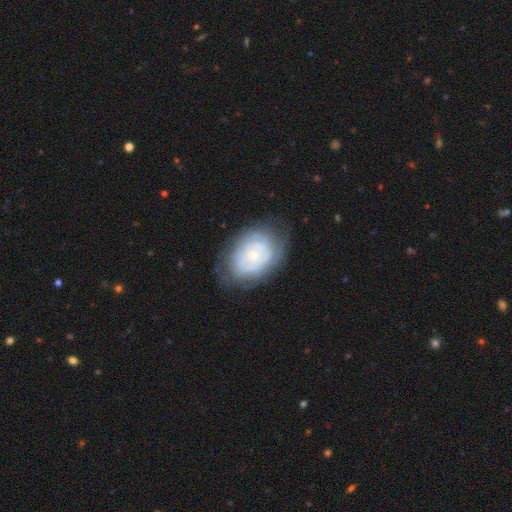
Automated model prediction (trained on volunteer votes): A featured or disk galaxy (61%) with no bar (79%), spiral arms (74%) and a small central bulge (70%). Merging: none (74%).